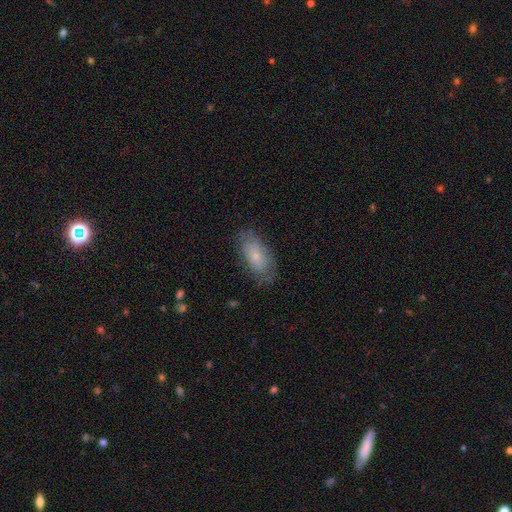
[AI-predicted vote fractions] A smooth galaxy with no disk features (68%) that is in between round and cigar-shaped (90%).

Vote fractions:
- Smooth or featured? smooth: 68% / featured or disk: 25% / star or artifact: 7%
- How rounded? in between: 90% / cigar-shaped: 7% / round: 4%
- Merging? none: 75% / minor disturbance: 18% / major disturbance: 5% / merger: 1%